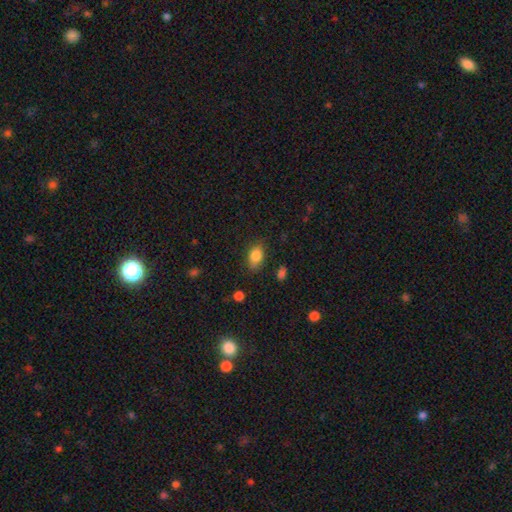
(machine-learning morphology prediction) Smooth or featured? Predicted: smooth (p=0.84). How rounded? Predicted: in between (p=0.85). Merging? Predicted: none (p=0.76).